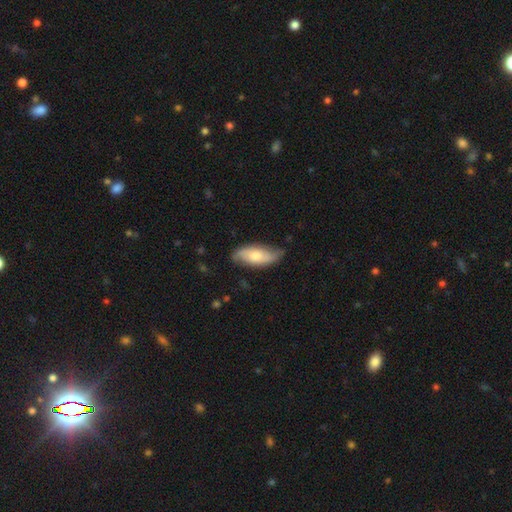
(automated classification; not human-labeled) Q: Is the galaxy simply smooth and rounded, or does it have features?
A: smooth — 51%.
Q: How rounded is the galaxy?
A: in between — 80%.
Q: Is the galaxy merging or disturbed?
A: none — 70%.